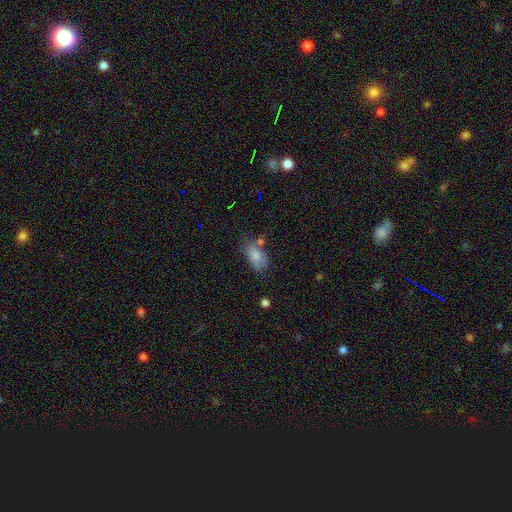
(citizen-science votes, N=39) Morphology: type=smooth (79%); roundness=in between (94%); merging=none (64%).